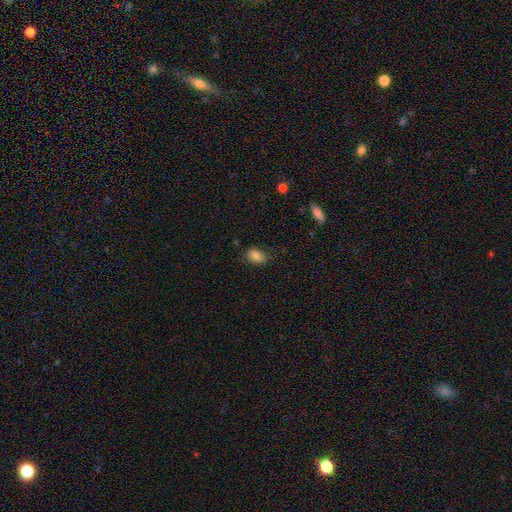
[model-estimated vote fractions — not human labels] Overall: smooth (83%). How rounded: in between (82%). Merging: none (70%).